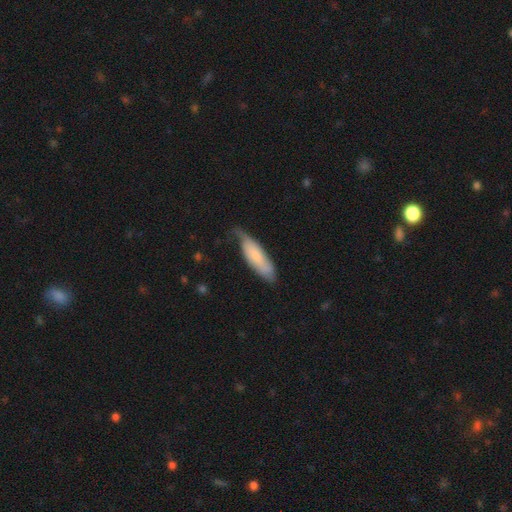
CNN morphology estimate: Smooth or featured? smooth (67%)
How rounded? cigar-shaped (50%)
Merging? none (48%)